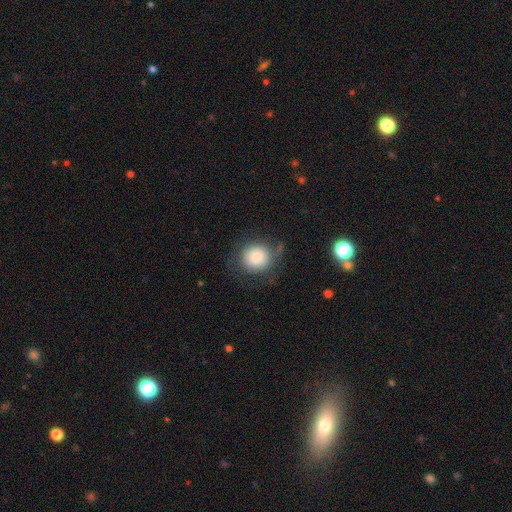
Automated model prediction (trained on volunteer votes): Q: Smooth or featured?
A: smooth (79%); runner-up: featured or disk (12%)
Q: How rounded?
A: round (88%); runner-up: in between (11%)
Q: Merging?
A: none (68%); runner-up: minor disturbance (19%)